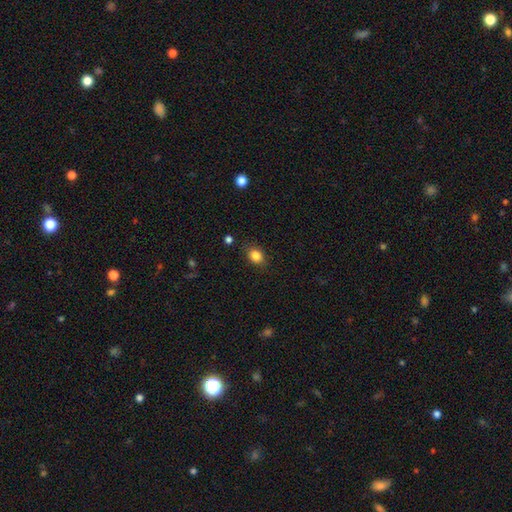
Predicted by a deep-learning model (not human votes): smooth 84%, star or artifact 10%, featured or disk 6%. Down the decision tree: how rounded — in between (54%); merging — none (84%).